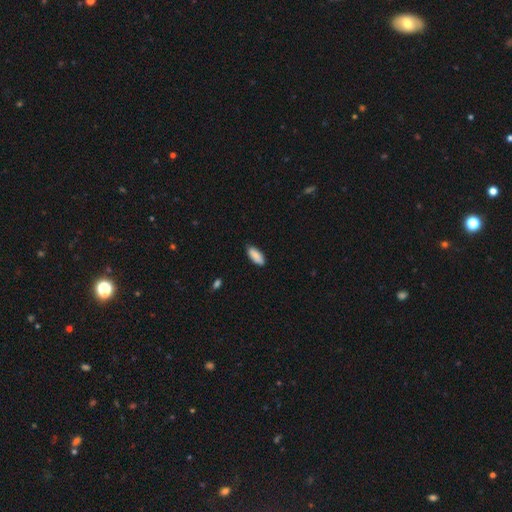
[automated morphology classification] A smooth galaxy with no disk features (89%) that is in between round and cigar-shaped (81%).

Vote fractions:
- Smooth or featured? smooth: 89% / star or artifact: 6% / featured or disk: 5%
- How rounded? in between: 81% / cigar-shaped: 18% / round: 2%
- Merging? none: 82% / minor disturbance: 14% / major disturbance: 2% / merger: 1%